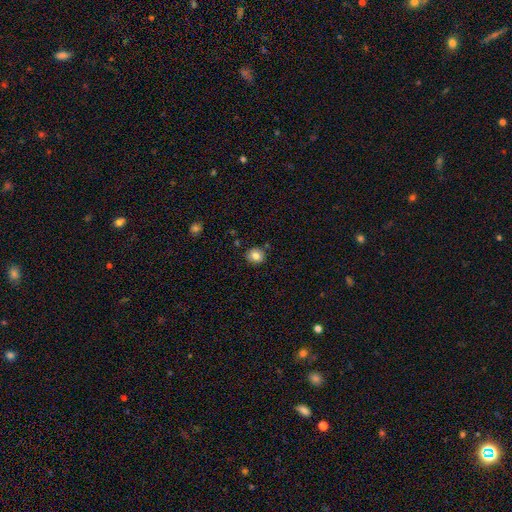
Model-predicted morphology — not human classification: Smooth or featured?
  - smooth: 80% *
  - star or artifact: 10%
  - featured or disk: 10%
How rounded?
  - round: 82% *
  - in between: 17%
  - cigar-shaped: 1%
Merging?
  - none: 84% *
  - minor disturbance: 10%
  - merger: 4%
  - major disturbance: 2%